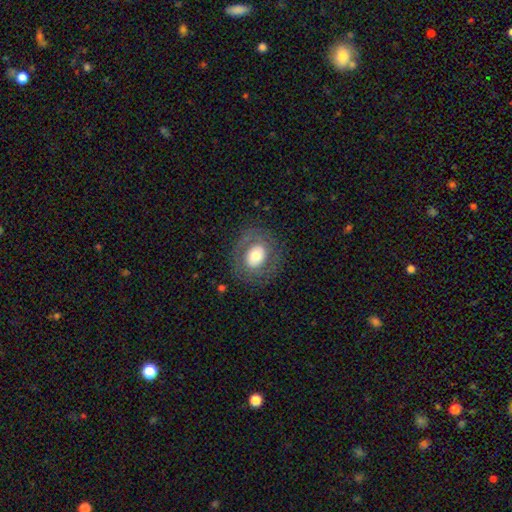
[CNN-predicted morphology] Smooth or featured?
  - smooth: 53% *
  - featured or disk: 39%
  - star or artifact: 8%
How rounded?
  - round: 55% *
  - in between: 44%
  - cigar-shaped: 1%
Merging?
  - none: 77% *
  - minor disturbance: 13%
  - major disturbance: 9%
  - merger: 1%